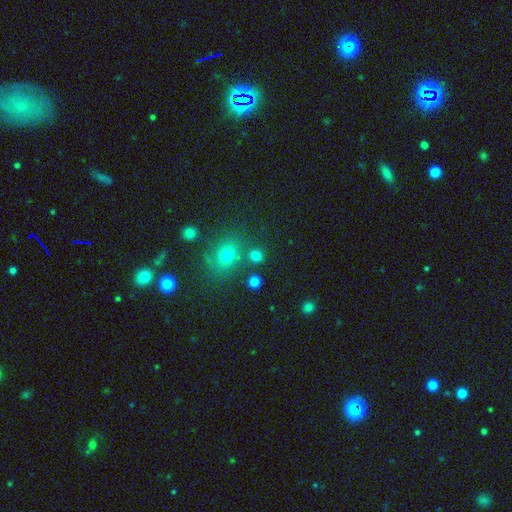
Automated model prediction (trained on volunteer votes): Smooth or featured?
  - smooth: 76% *
  - star or artifact: 17%
  - featured or disk: 7%
How rounded?
  - round: 81% *
  - in between: 18%
  - cigar-shaped: 1%
Merging?
  - none: 73% *
  - merger: 14%
  - minor disturbance: 9%
  - major disturbance: 4%